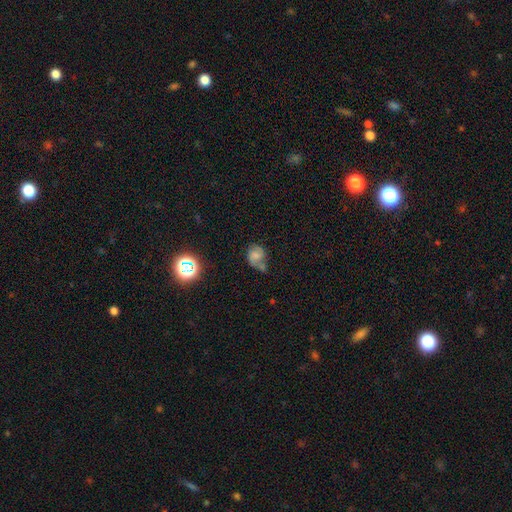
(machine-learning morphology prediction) Smooth or featured: smooth — 49% (featured or disk — 35%)
Merging: none — 37% (merger — 25%)